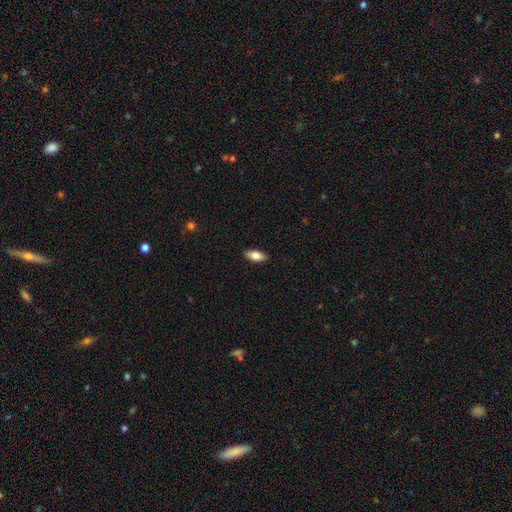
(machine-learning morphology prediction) Overall: smooth (77%). How rounded: in between (86%). Merging: none (89%).